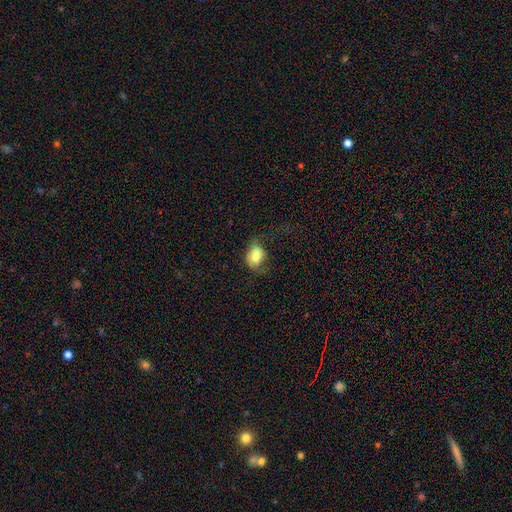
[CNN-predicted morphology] The model was most divided on "merging": none: 45%, minor disturbance: 29%, major disturbance: 25%, merger: 2%. More confident: smooth or featured — smooth (79%); how rounded — in between (70%).